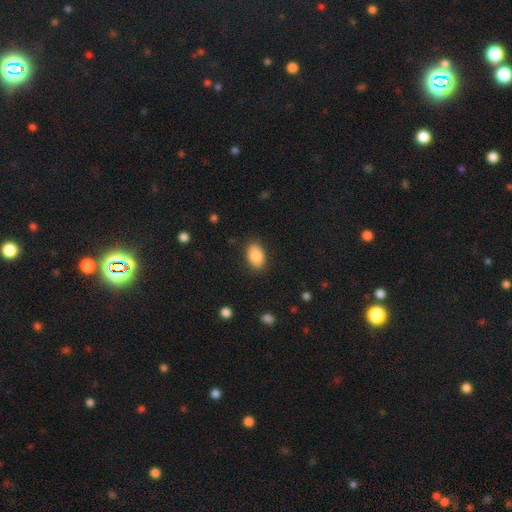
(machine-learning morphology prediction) type=smooth (86%); roundness=in between (89%); merging=none (86%).